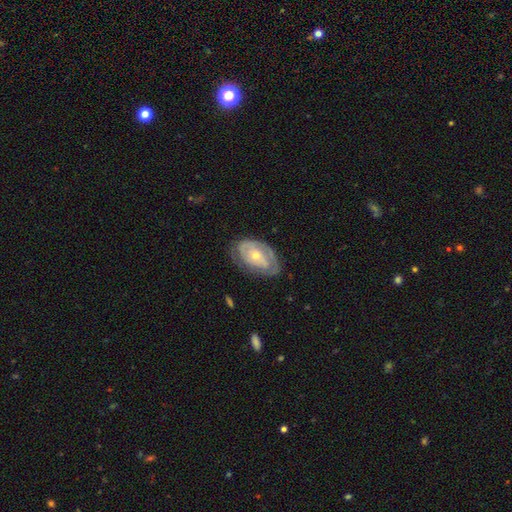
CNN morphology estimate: Smooth or featured? featured or disk (71%)
Edge-on disk? no (94%)
Bar? no (75%)
Spiral arms? yes (71%)
Bulge size? small (57%)
Merging? none (70%)